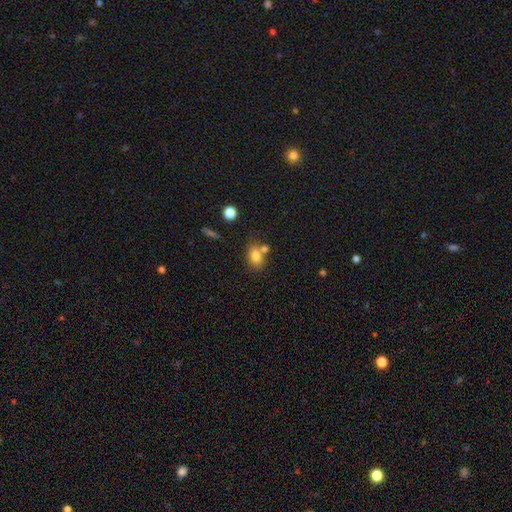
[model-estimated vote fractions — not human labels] Smooth or featured: smooth — 79% (star or artifact — 11%)
How rounded: in between — 71% (round — 27%)
Merging: none — 58% (merger — 26%)